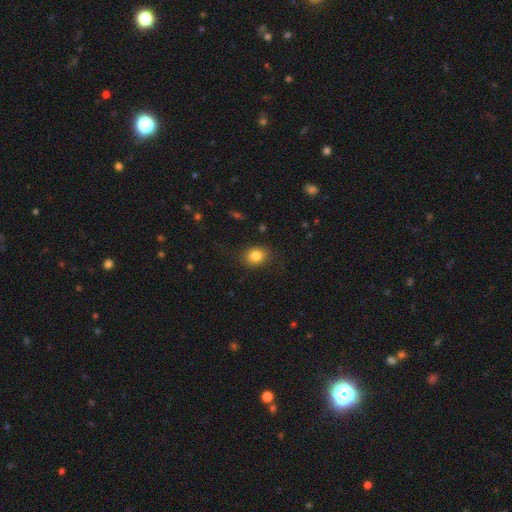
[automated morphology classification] Overall: smooth (83%). How rounded: round (51%; in between 48%). Merging: none (82%).